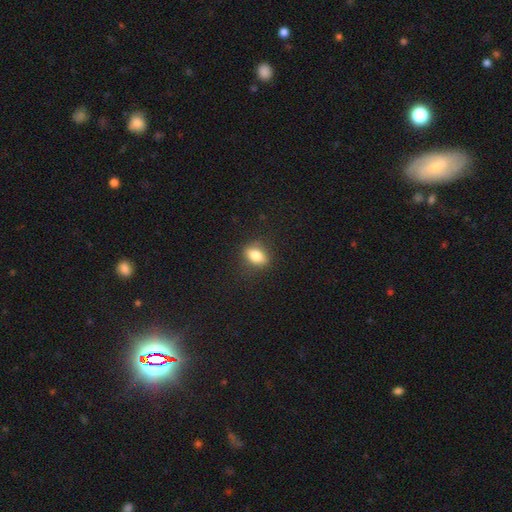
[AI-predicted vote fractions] A smooth galaxy with no disk features (80%) that is in between round and cigar-shaped (76%).

Vote fractions:
- Smooth or featured? smooth: 80% / featured or disk: 10% / star or artifact: 10%
- How rounded? in between: 76% / round: 20% / cigar-shaped: 5%
- Merging? none: 83% / minor disturbance: 12% / major disturbance: 3% / merger: 1%